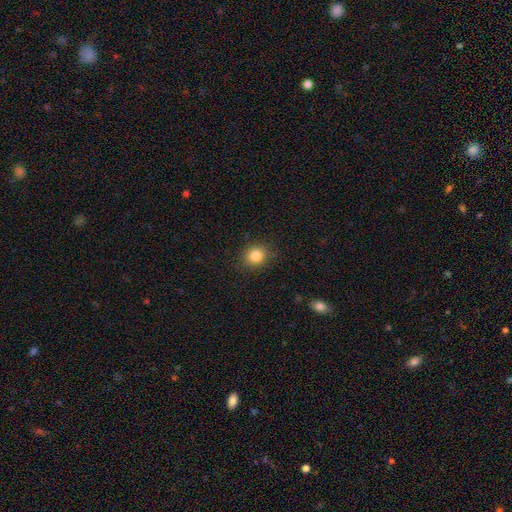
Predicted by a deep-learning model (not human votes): Smooth or featured? Predicted: smooth (p=0.84). How rounded? Predicted: round (p=0.80). Merging? Predicted: none (p=0.88).